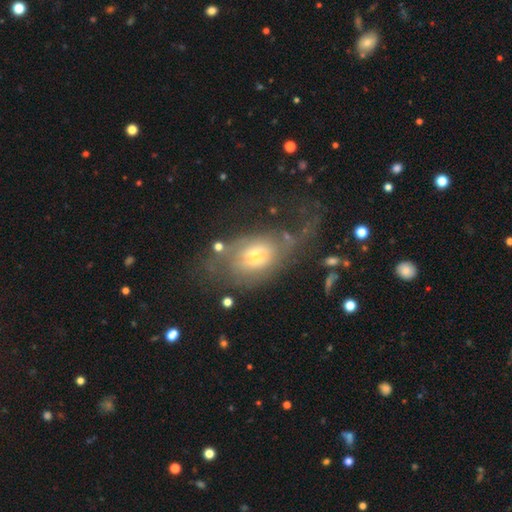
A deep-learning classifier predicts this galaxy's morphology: A featured or disk galaxy (51%).

Vote fractions:
- Smooth or featured? featured or disk: 51% / smooth: 39% / star or artifact: 10%
- Edge-on disk? no: 91% / yes: 9%
- Merging? major disturbance: 47% / none: 28% / minor disturbance: 19% / merger: 6%